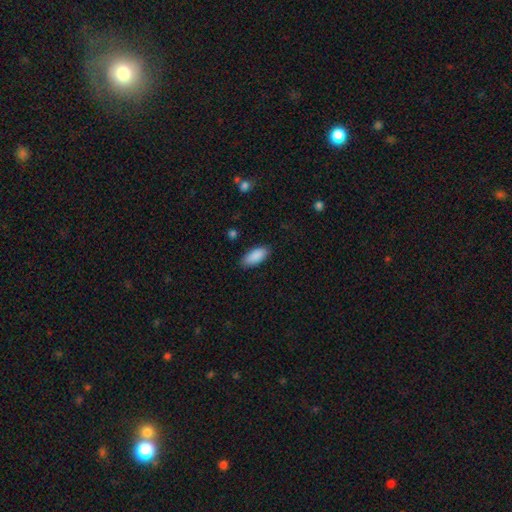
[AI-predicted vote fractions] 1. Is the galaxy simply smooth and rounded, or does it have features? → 90% smooth, 6% star or artifact, 4% featured or disk.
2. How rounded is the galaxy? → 88% in between, 10% cigar-shaped, 2% round.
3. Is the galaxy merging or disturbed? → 86% none, 11% minor disturbance, 2% major disturbance, 1% merger.